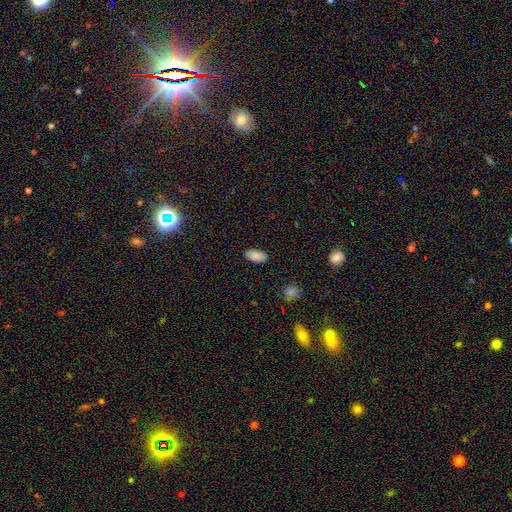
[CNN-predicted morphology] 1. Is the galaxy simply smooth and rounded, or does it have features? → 87% smooth, 8% star or artifact, 5% featured or disk.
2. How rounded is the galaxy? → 94% in between, 4% cigar-shaped, 3% round.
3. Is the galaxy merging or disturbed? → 87% none, 9% minor disturbance, 2% major disturbance, 1% merger.